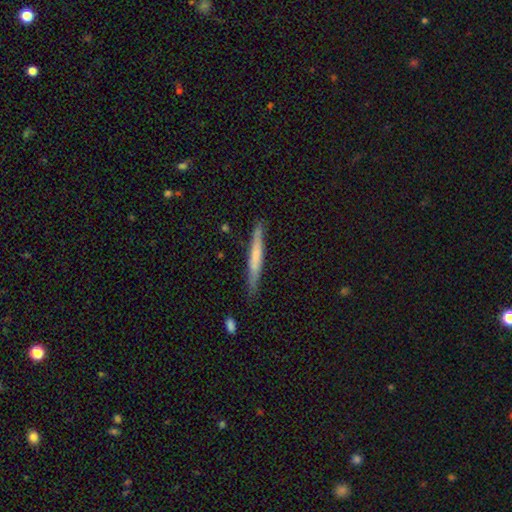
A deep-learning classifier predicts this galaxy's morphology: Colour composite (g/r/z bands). It shows a smooth galaxy with no disk features (55%) that is cigar-shaped (96%). Merging: none (85%).